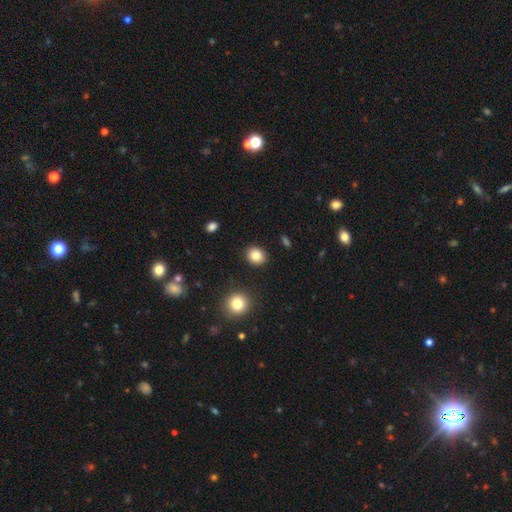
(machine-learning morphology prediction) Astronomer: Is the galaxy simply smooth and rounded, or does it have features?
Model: smooth — 85%.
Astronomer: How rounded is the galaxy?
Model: round — 66%.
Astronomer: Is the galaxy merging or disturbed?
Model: none — 89%.